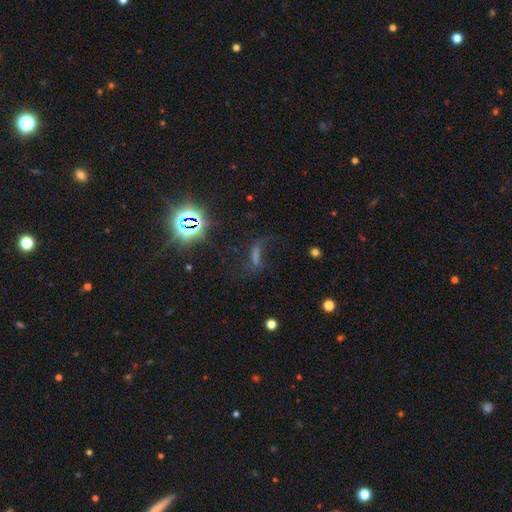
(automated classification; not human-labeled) smooth_or_featured: star or artifact (p=0.39) [alt: featured or disk p=0.36]